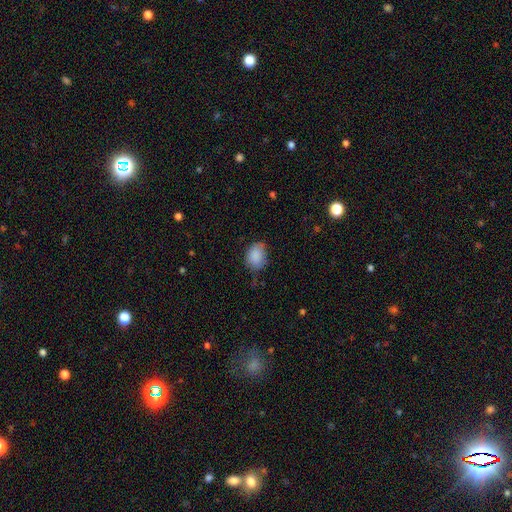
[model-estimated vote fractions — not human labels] smooth-or-featured: smooth: 87% | star or artifact: 8% | featured or disk: 5%
  how-rounded: in between: 65% | round: 34% | cigar-shaped: 1%
  merging: none: 63% | minor disturbance: 29% | major disturbance: 6% | merger: 2%